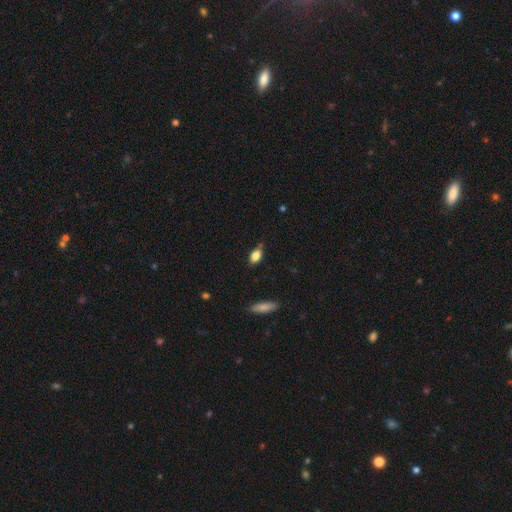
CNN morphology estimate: Smooth or featured: smooth — 80% (featured or disk — 11%)
How rounded: in between — 85% (round — 8%)
Merging: none — 71% (minor disturbance — 22%)